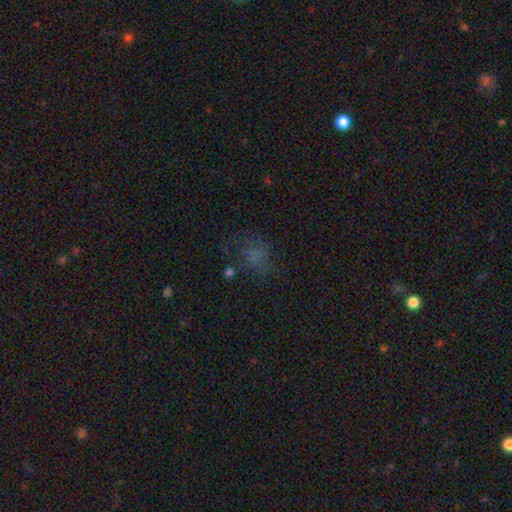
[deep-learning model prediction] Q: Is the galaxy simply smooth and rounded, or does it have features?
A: smooth — 59%.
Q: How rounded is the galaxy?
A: round — 57%.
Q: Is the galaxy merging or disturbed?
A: none — 59%.